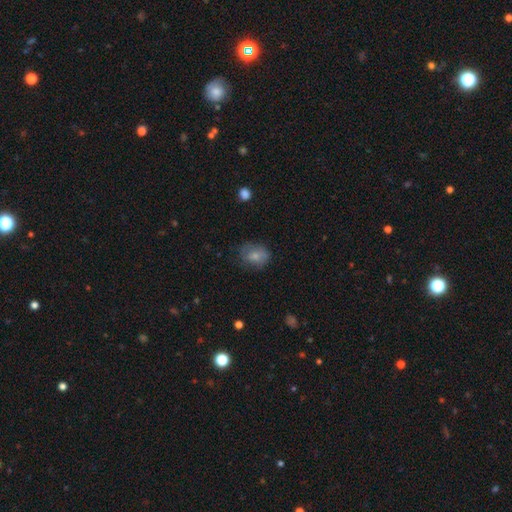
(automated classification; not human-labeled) Q: Smooth or featured?
A: smooth (72%); runner-up: featured or disk (19%)
Q: How rounded?
A: in between (57%); runner-up: round (41%)
Q: Merging?
A: none (64%); runner-up: minor disturbance (25%)